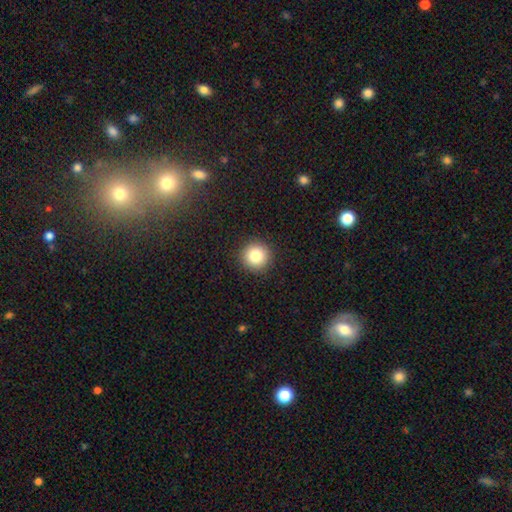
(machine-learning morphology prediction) type=smooth (83%); roundness=round (95%); merging=none (92%).